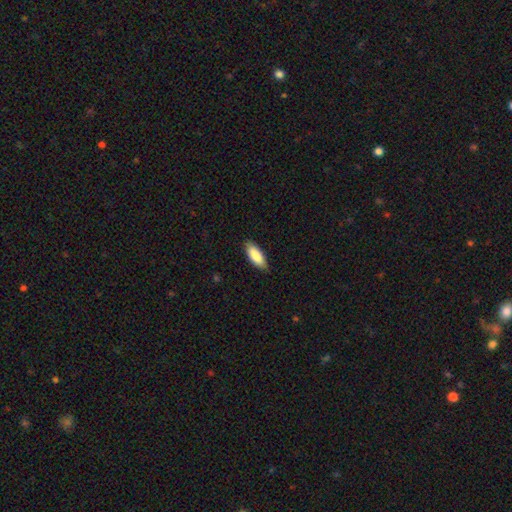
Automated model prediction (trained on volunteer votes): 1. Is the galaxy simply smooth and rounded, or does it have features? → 88% smooth, 7% featured or disk, 5% star or artifact.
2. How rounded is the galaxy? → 79% in between, 20% cigar-shaped, 2% round.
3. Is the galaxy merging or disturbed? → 85% none, 12% minor disturbance, 2% major disturbance, 1% merger.